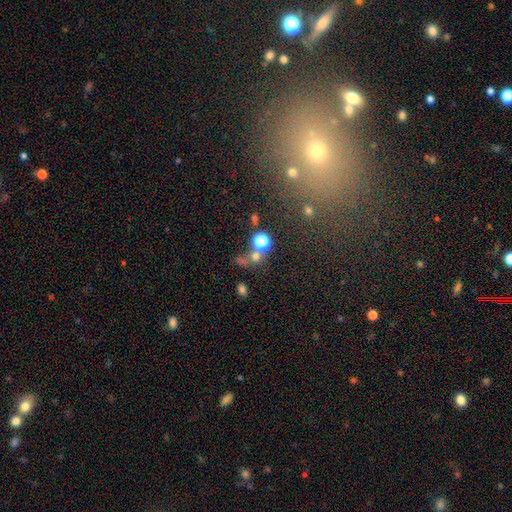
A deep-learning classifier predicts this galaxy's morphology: Q: Smooth or featured?
A: smooth (60%); runner-up: star or artifact (30%)
Q: How rounded?
A: round (81%); runner-up: in between (17%)
Q: Merging?
A: none (49%); runner-up: merger (31%)